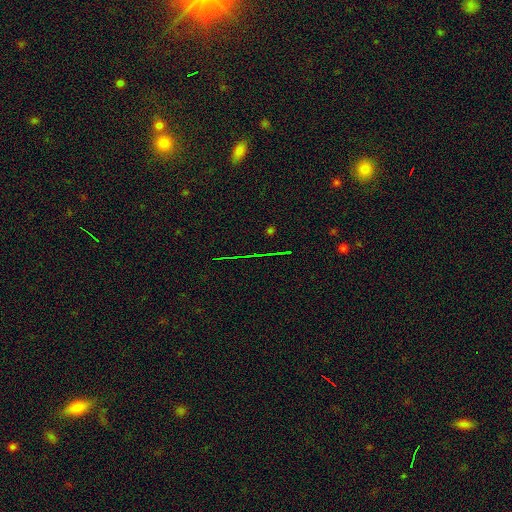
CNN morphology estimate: Smooth or featured? star or artifact (70%)